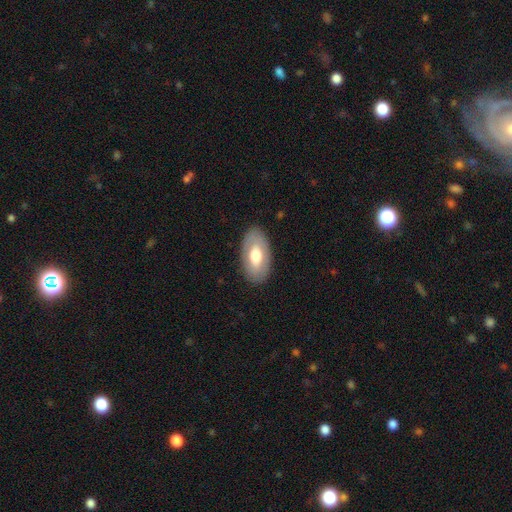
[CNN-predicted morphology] Smooth or featured? Predicted: smooth (p=0.58). How rounded? Predicted: in between (p=0.94). Merging? Predicted: none (p=0.86).